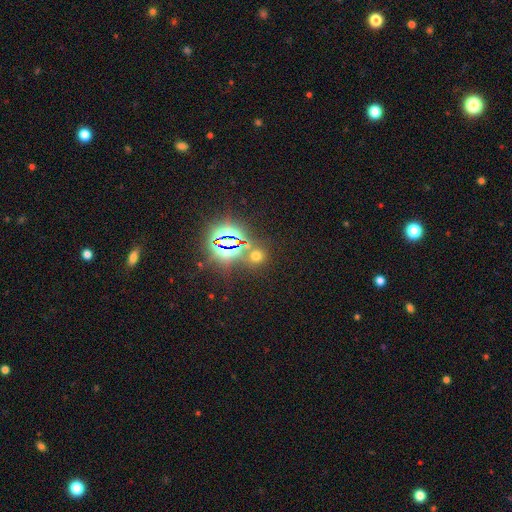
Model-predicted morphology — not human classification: A star or artifact, not a galaxy (47%).

Vote fractions:
- Smooth or featured? star or artifact: 47% / smooth: 45% / featured or disk: 8%